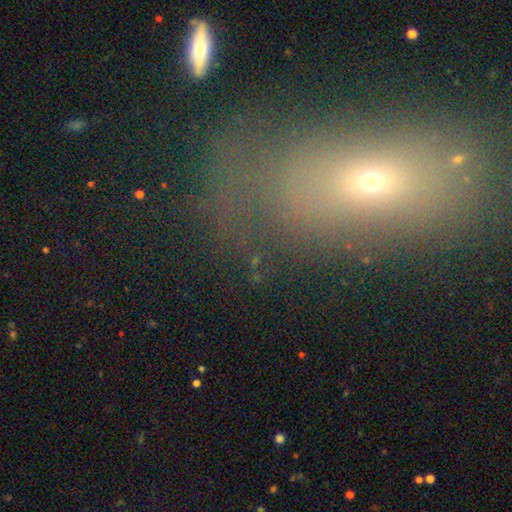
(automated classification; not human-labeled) Q: Smooth or featured?
A: smooth (39%); runner-up: star or artifact (36%)
Q: Merging?
A: none (52%); runner-up: major disturbance (22%)